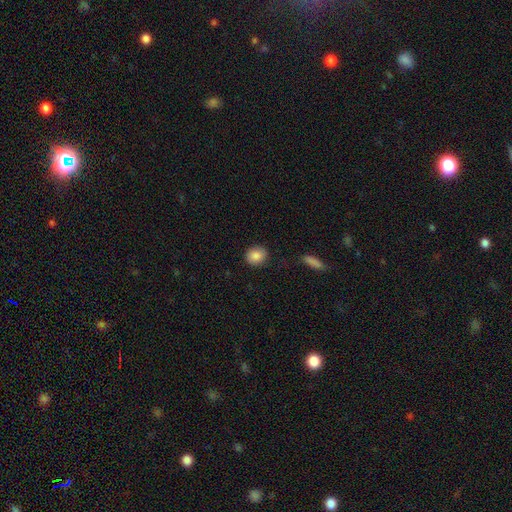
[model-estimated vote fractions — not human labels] smooth_or_featured: smooth (p=0.86) [alt: star or artifact p=0.08]
how_rounded: round (p=0.76) [alt: in between p=0.23]
merging: none (p=0.86) [alt: minor disturbance p=0.10]